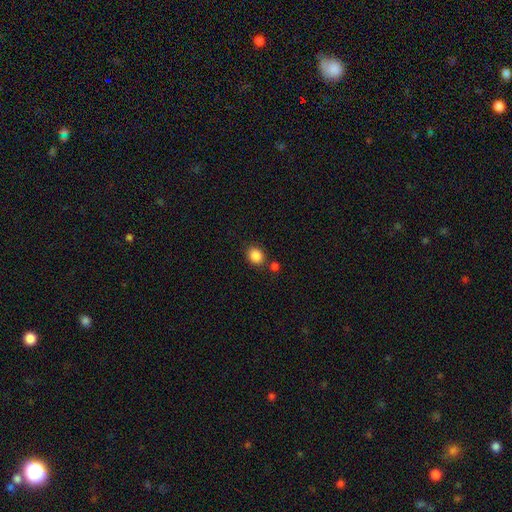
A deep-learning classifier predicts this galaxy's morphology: Smooth or featured? smooth (87%)
How rounded? round (67%)
Merging? none (75%)